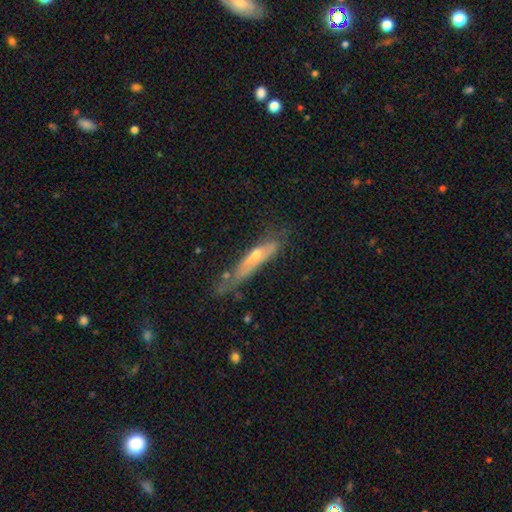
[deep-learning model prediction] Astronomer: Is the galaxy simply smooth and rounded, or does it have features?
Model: featured or disk — 49% (runner-up: smooth, 44%).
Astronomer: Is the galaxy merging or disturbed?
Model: none — 45% (runner-up: minor disturbance, 31%).